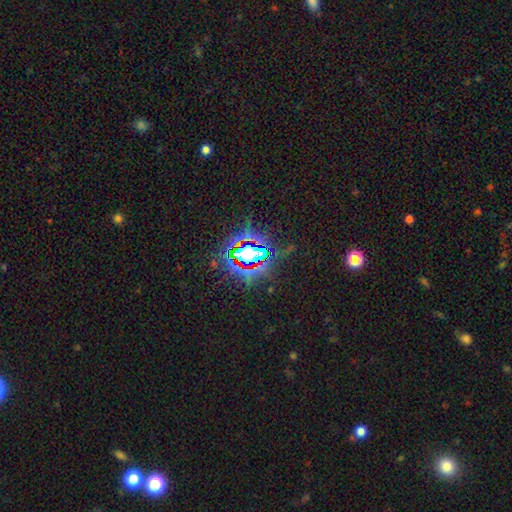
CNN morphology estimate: type=star or artifact (83%).